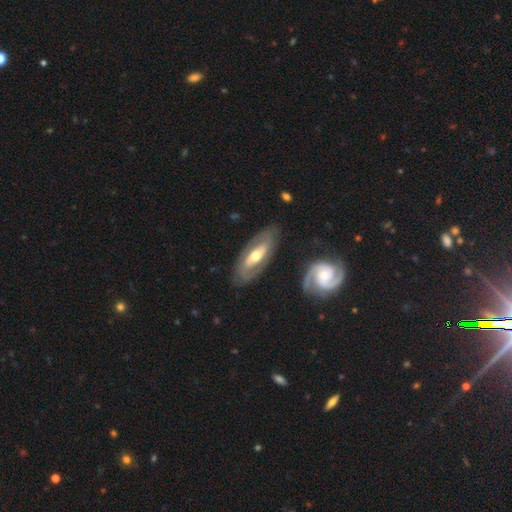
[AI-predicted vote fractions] smooth_or_featured: featured or disk (p=0.72) [alt: smooth p=0.23]
disk_edge_on: no (p=0.86) [alt: yes p=0.14]
bar: no (p=0.37) [alt: strong p=0.35]
has_spiral_arms: yes (p=0.70) [alt: no p=0.30]
bulge_size: moderate (p=0.68) [alt: small p=0.21]
merging: none (p=0.81) [alt: minor disturbance p=0.12]